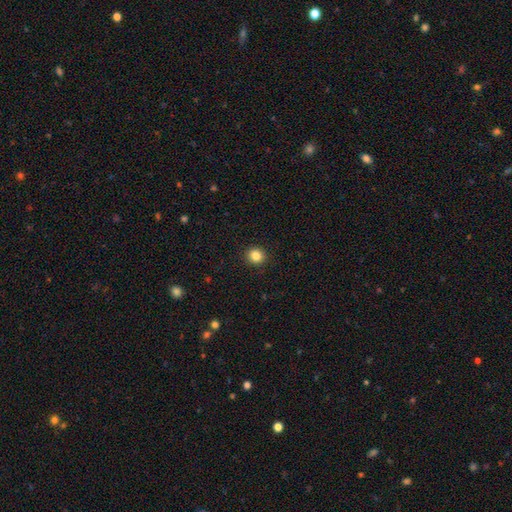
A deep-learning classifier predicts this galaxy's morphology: type=smooth (85%); roundness=round (85%); merging=none (92%).